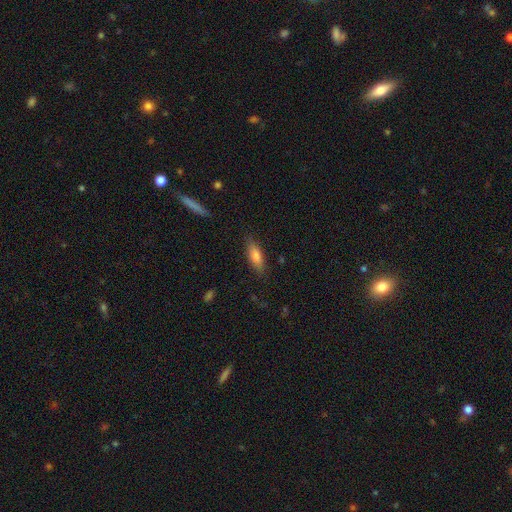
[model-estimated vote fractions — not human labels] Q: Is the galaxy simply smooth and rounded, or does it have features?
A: smooth — 78%.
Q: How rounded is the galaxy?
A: in between — 64%.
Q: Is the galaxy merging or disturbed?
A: none — 83%.